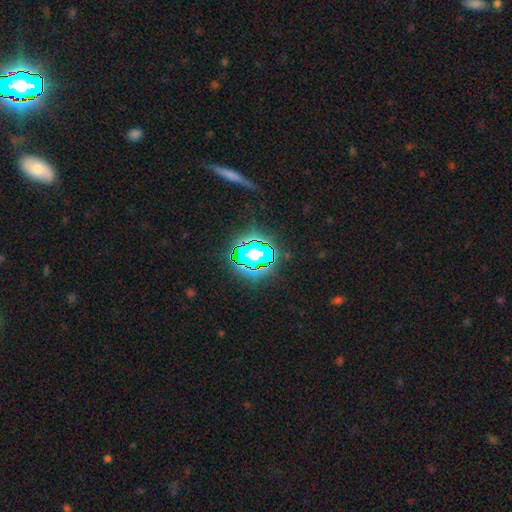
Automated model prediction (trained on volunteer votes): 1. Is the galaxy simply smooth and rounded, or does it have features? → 75% star or artifact, 14% smooth, 11% featured or disk.